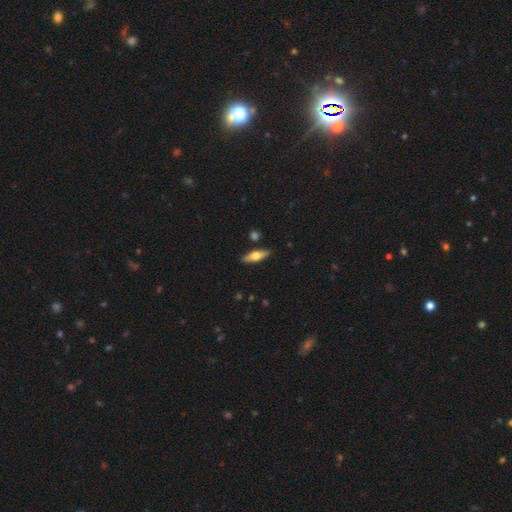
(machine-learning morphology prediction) Smooth or featured? smooth (50%)
How rounded? in between (49%)
Merging? none (87%)